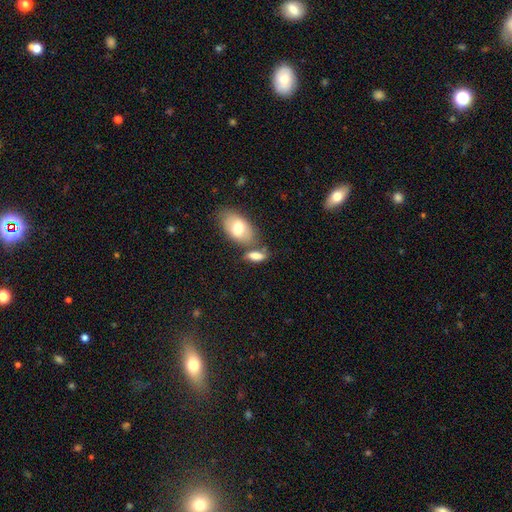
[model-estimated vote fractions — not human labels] A smooth galaxy with no disk features (76%) that is in between round and cigar-shaped (83%).

Vote fractions:
- Smooth or featured? smooth: 76% / featured or disk: 16% / star or artifact: 8%
- How rounded? in between: 83% / cigar-shaped: 12% / round: 5%
- Merging? none: 50% / merger: 27% / minor disturbance: 16% / major disturbance: 7%